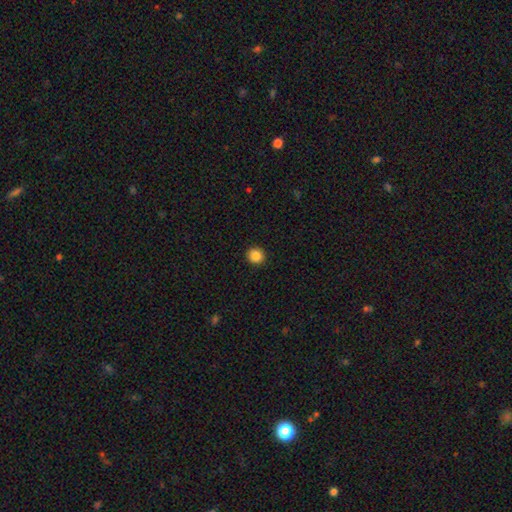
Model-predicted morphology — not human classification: smooth-or-featured: smooth: 86% | star or artifact: 10% | featured or disk: 4%
  how-rounded: round: 90% | in between: 9% | cigar-shaped: 1%
  merging: none: 93% | minor disturbance: 5% | major disturbance: 2% | merger: 1%